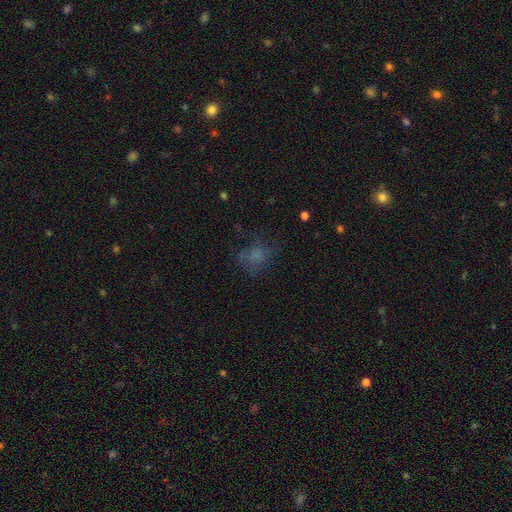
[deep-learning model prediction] Smooth or featured?
  - smooth: 61% *
  - star or artifact: 20%
  - featured or disk: 18%
How rounded?
  - round: 59% *
  - in between: 40%
  - cigar-shaped: 1%
Merging?
  - none: 57% *
  - minor disturbance: 21%
  - major disturbance: 20%
  - merger: 2%